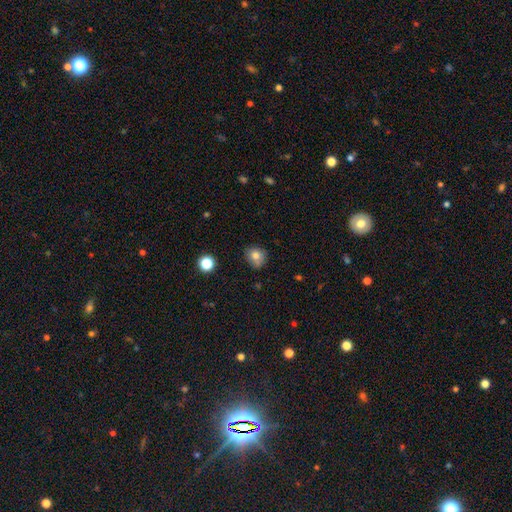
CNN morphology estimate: smooth_or_featured: smooth (p=0.78) [alt: star or artifact p=0.12]
how_rounded: round (p=0.75) [alt: in between p=0.24]
merging: none (p=0.69) [alt: minor disturbance p=0.23]